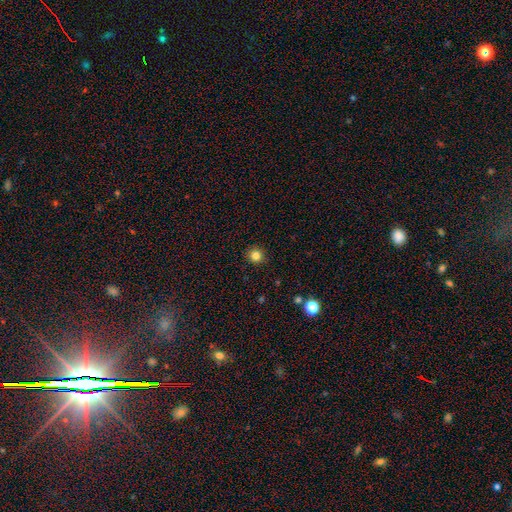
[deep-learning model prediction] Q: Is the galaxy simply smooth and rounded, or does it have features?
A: smooth — 83%.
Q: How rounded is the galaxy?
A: round — 93%.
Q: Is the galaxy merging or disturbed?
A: none — 92%.